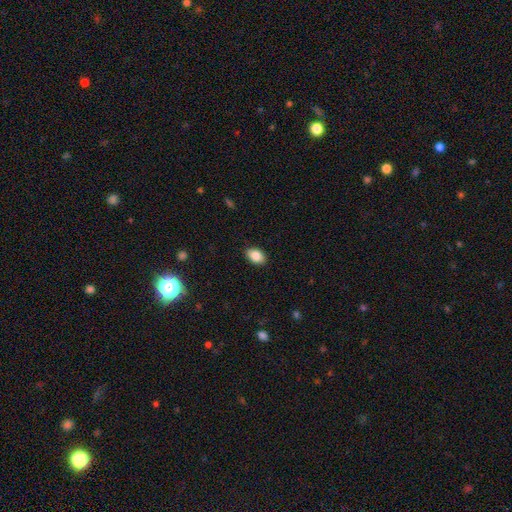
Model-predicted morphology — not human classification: Smooth or featured? smooth (86%)
How rounded? in between (86%)
Merging? none (89%)